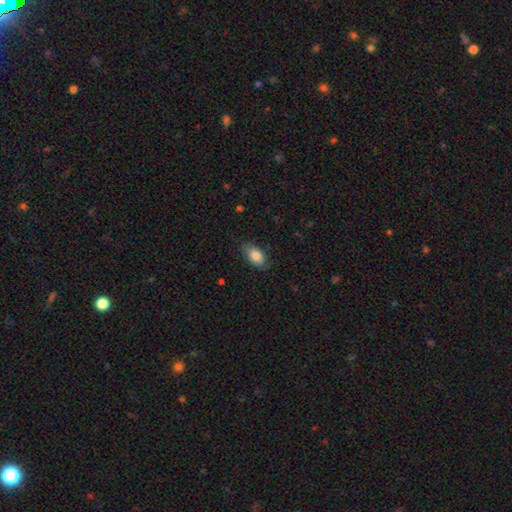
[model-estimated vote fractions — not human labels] A smooth galaxy with no disk features (85%) that is in between round and cigar-shaped (91%).

Vote fractions:
- Smooth or featured? smooth: 85% / featured or disk: 9% / star or artifact: 7%
- How rounded? in between: 91% / round: 5% / cigar-shaped: 4%
- Merging? none: 78% / minor disturbance: 17% / major disturbance: 4% / merger: 1%